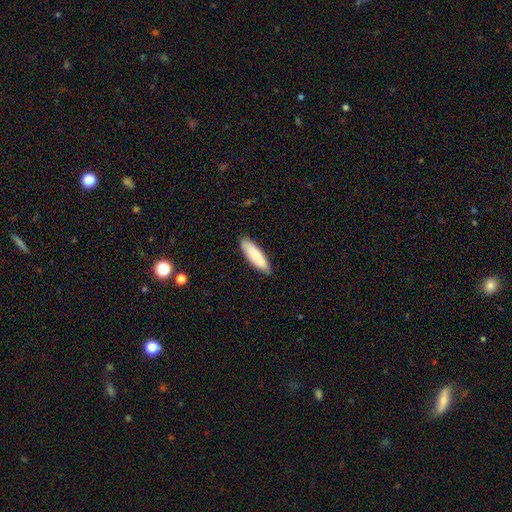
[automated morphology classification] smooth-or-featured: smooth: 82% | featured or disk: 13% | star or artifact: 5%
  how-rounded: cigar-shaped: 53% | in between: 46% | round: 1%
  merging: none: 85% | minor disturbance: 12% | major disturbance: 2% | merger: 1%